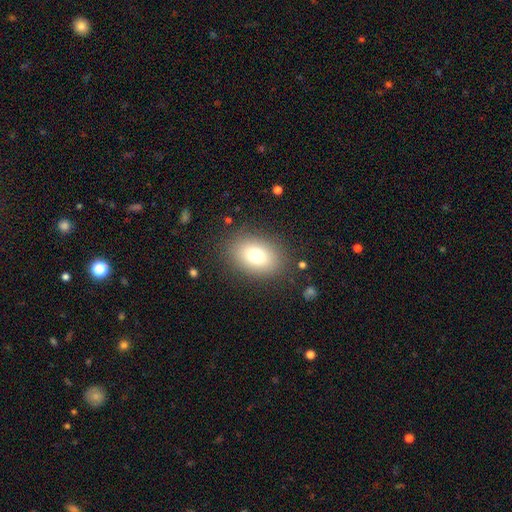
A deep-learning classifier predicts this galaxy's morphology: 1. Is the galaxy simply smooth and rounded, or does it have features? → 76% smooth, 13% featured or disk, 11% star or artifact.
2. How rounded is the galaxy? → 74% in between, 24% round, 1% cigar-shaped.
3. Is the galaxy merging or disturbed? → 85% none, 10% minor disturbance, 4% major disturbance, 1% merger.